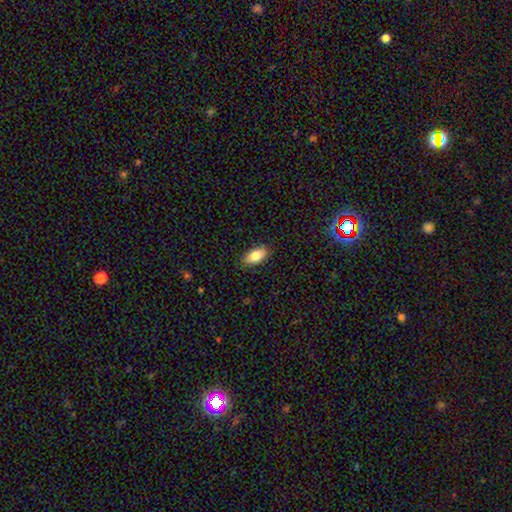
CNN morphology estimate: type=smooth (82%); roundness=in between (91%); merging=none (87%).